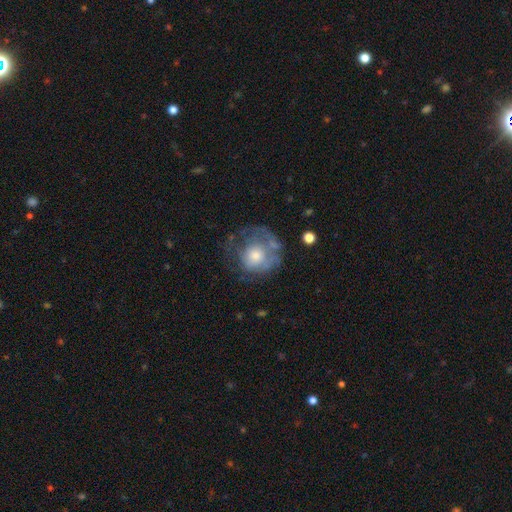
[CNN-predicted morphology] Smooth or featured? smooth (47%)
Merging? none (43%)